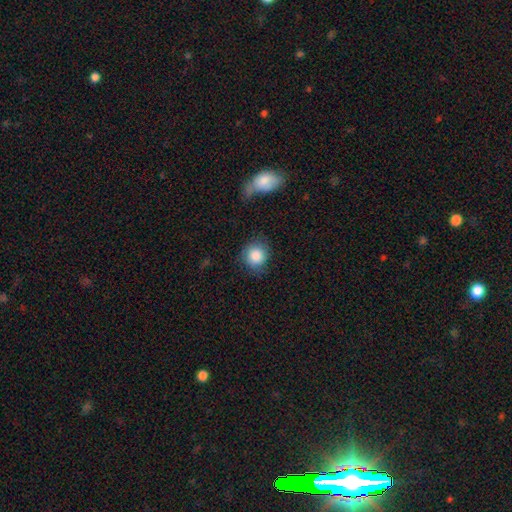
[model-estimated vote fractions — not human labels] Smooth or featured: smooth — 84% (featured or disk — 8%)
How rounded: round — 85% (in between — 14%)
Merging: none — 74% (minor disturbance — 18%)